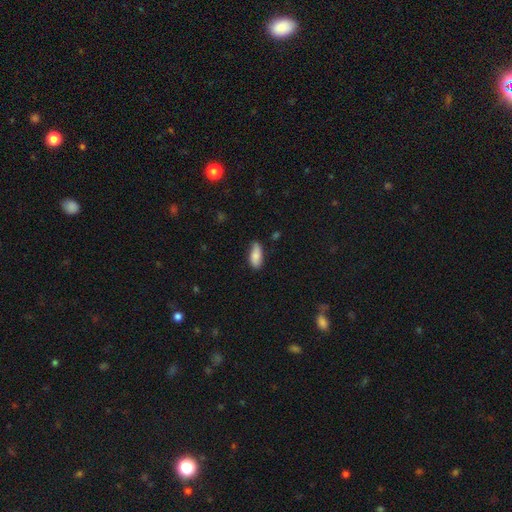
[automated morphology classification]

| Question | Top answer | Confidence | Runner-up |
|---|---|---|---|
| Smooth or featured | smooth | 83% | featured or disk (11%) |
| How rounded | in between | 82% | cigar-shaped (16%) |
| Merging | none | 75% | minor disturbance (21%) |